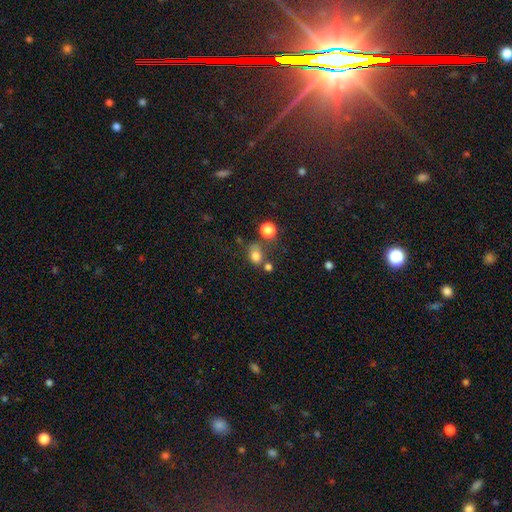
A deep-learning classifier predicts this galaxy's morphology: Overall: smooth (77%). How rounded: in between (54%; round 44%). Merging: none (56%; merger 19%).